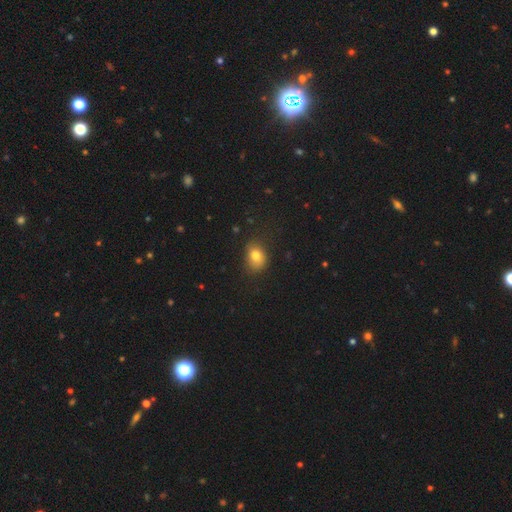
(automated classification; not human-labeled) Smooth or featured? smooth (79%)
How rounded? in between (55%)
Merging? none (74%)